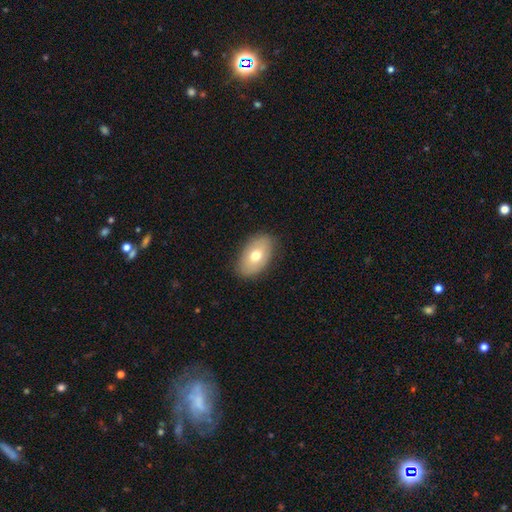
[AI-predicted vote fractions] smooth_or_featured: smooth (p=0.68) [alt: featured or disk p=0.25]
how_rounded: in between (p=0.92) [alt: round p=0.07]
merging: none (p=0.85) [alt: minor disturbance p=0.11]